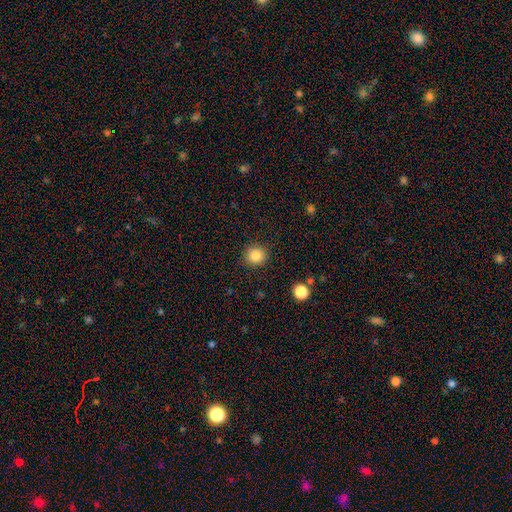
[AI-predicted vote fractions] Overall: smooth (85%). How rounded: round (85%). Merging: none (90%).